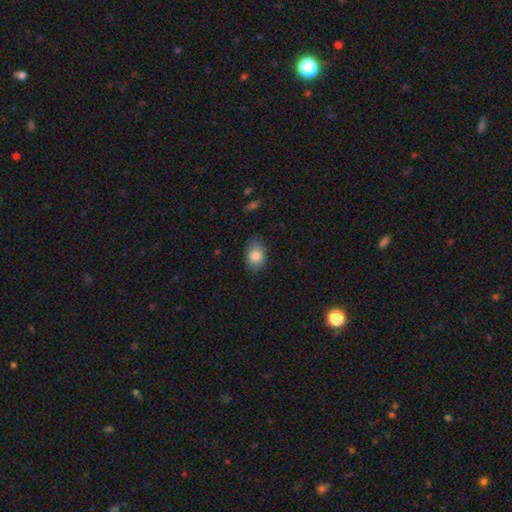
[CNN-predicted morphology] Overall: smooth (82%). How rounded: in between (79%). Merging: none (82%).